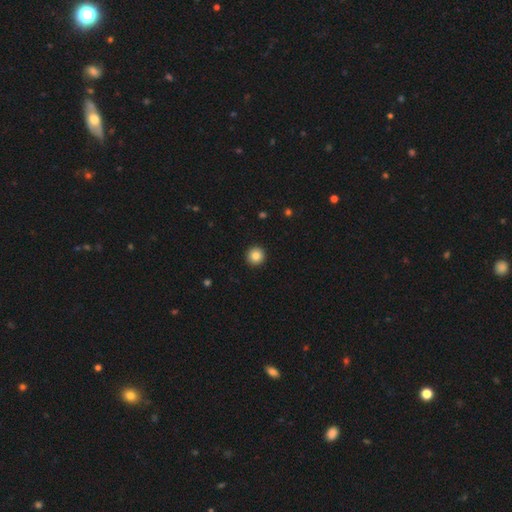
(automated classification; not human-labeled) Smooth or featured? smooth (85%)
How rounded? round (96%)
Merging? none (94%)